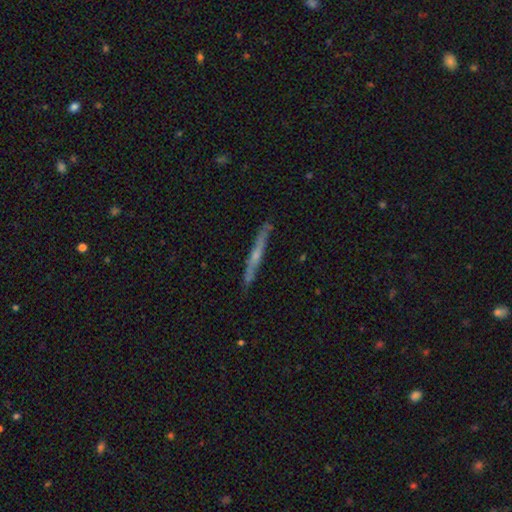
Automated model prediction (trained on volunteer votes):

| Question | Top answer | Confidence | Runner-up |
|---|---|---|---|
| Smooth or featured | featured or disk | 63% | smooth (30%) |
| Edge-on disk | yes | 96% | no (4%) |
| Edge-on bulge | none | 47% | tied: rounded (47%) |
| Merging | none | 85% | minor disturbance (11%) |